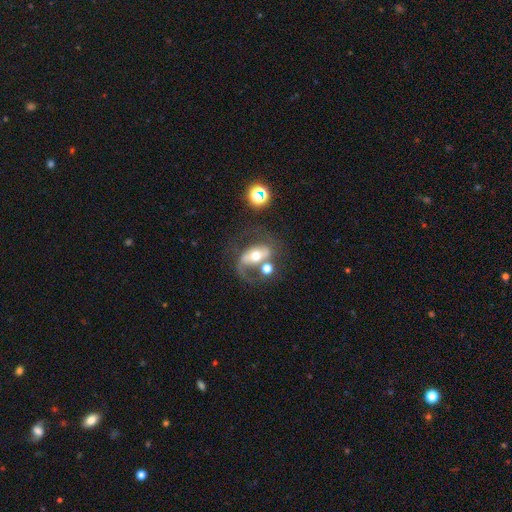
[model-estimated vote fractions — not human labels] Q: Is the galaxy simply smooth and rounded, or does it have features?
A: featured or disk — 70%.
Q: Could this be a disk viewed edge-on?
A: no — 93%.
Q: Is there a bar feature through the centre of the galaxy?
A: strong — 38%.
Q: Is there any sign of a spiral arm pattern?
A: yes — 79%.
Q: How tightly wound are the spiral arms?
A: loose — 50%.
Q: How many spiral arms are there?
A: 2 — 66%.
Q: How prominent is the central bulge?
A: moderate — 68%.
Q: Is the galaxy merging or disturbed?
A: none — 40%.